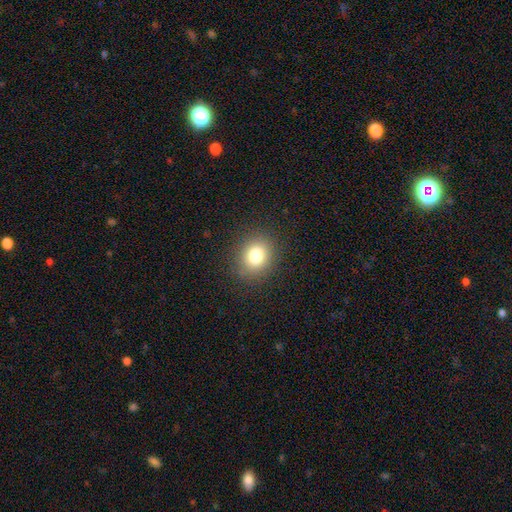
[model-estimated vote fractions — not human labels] This is likely a smooth galaxy (80%). How rounded: likely round (62%). Merging: clearly none (87%).